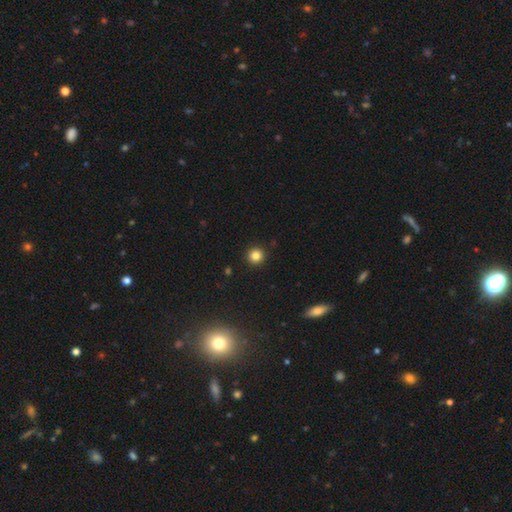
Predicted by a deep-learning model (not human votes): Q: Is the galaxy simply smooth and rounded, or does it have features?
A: smooth — 83%.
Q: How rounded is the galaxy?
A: round — 95%.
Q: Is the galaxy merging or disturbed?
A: none — 92%.